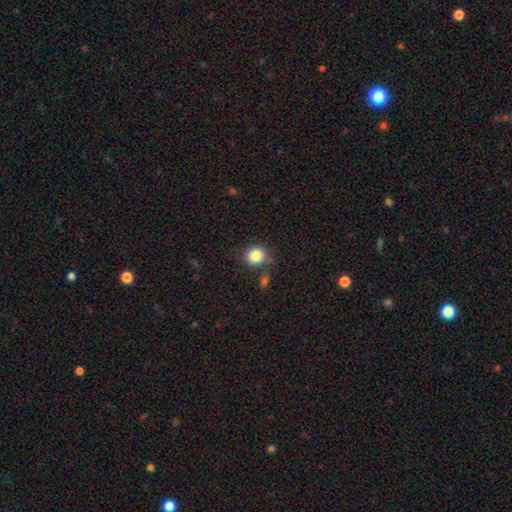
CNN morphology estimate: Q: Smooth or featured?
A: smooth (85%); runner-up: star or artifact (10%)
Q: How rounded?
A: round (78%); runner-up: in between (21%)
Q: Merging?
A: none (73%); runner-up: minor disturbance (14%)